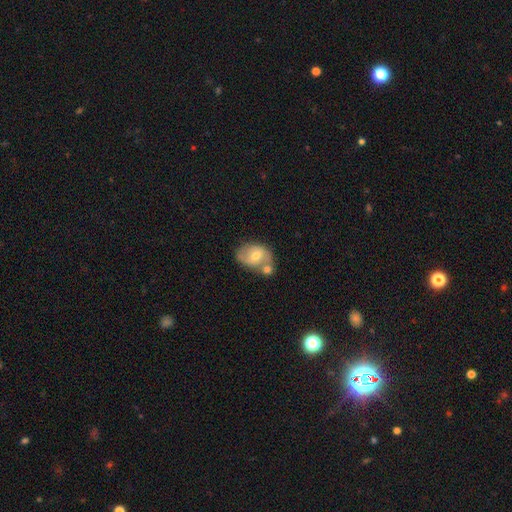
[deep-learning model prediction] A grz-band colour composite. It shows a smooth galaxy with no disk features (49%). Merging: merger (41%).